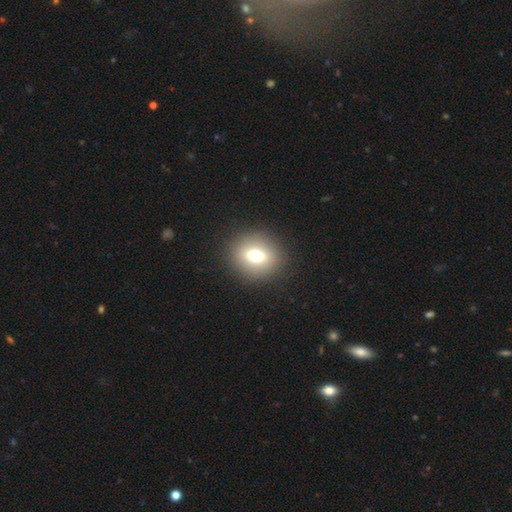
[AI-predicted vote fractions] Smooth or featured? smooth (71%)
How rounded? round (70%)
Merging? none (90%)